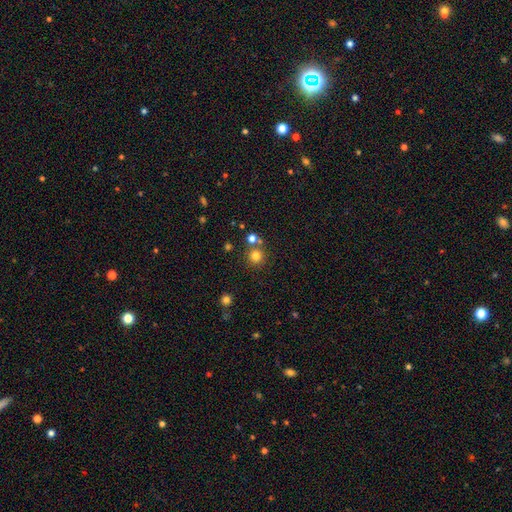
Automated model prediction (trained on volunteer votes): smooth 79%, star or artifact 15%, featured or disk 6%. Down the decision tree: how rounded — round (93%); merging — none (74%).